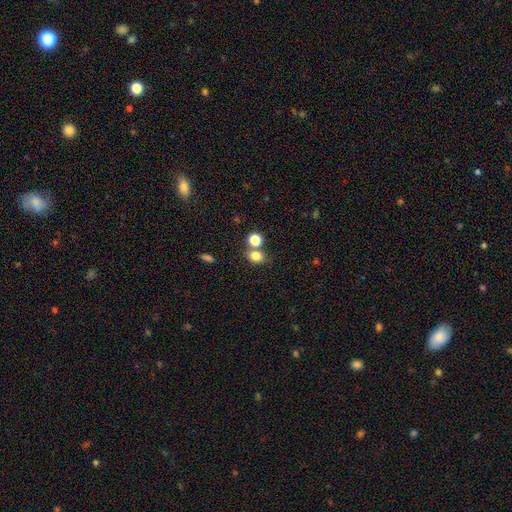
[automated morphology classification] Q: Smooth or featured?
A: smooth (79%); runner-up: star or artifact (14%)
Q: How rounded?
A: round (60%); runner-up: in between (39%)
Q: Merging?
A: none (57%); runner-up: merger (30%)